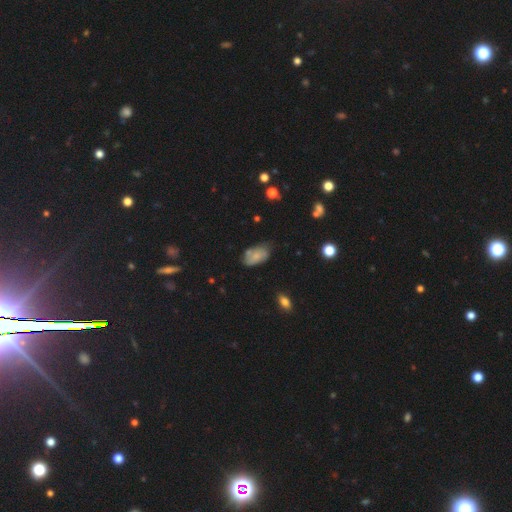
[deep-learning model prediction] The model was most divided on "merging": none: 57%, minor disturbance: 30%, major disturbance: 7%, merger: 6%. More confident: how rounded — in between (93%); smooth or featured — smooth (68%).